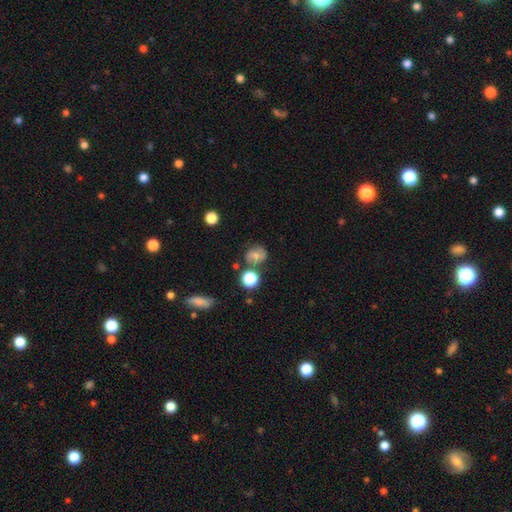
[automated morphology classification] The model was most divided on "how rounded": round: 64%, in between: 35%, cigar-shaped: 1%. More confident: merging — none (66%); smooth or featured — smooth (59%).